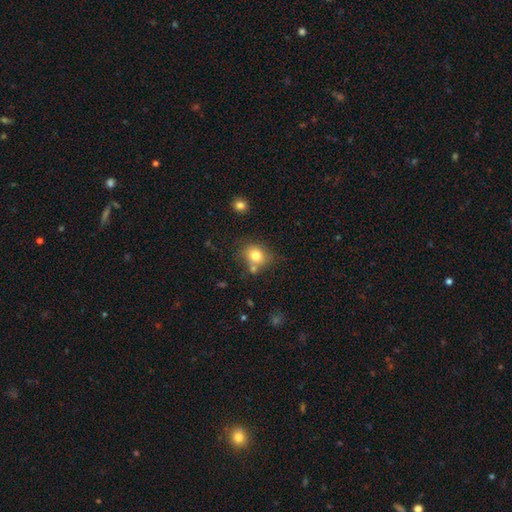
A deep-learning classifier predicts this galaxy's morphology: smooth_or_featured: smooth (p=0.79) [alt: star or artifact p=0.11]
how_rounded: round (p=0.60) [alt: in between p=0.40]
merging: none (p=0.64) [alt: minor disturbance p=0.16]